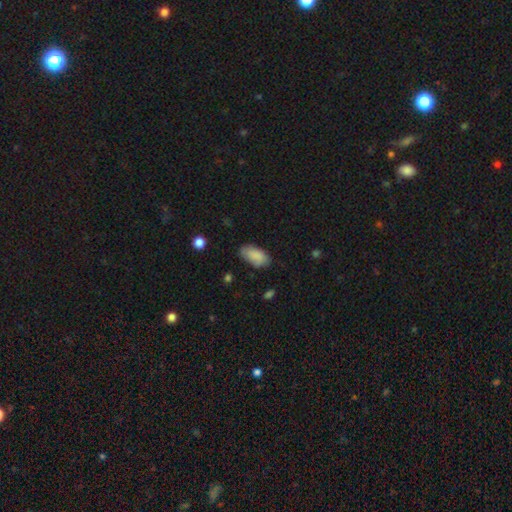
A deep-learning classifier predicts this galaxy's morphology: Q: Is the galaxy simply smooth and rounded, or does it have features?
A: smooth — 86%.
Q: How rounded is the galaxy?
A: in between — 94%.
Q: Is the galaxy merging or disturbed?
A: none — 74%.